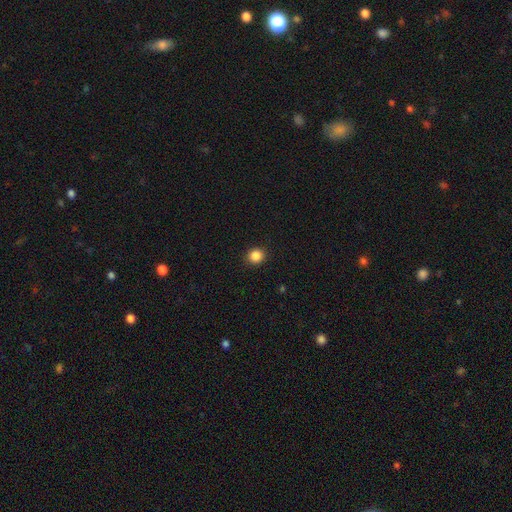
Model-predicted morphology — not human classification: The model was most divided on "how rounded": round: 86%, in between: 13%, cigar-shaped: 1%. More confident: merging — none (91%); smooth or featured — smooth (86%).